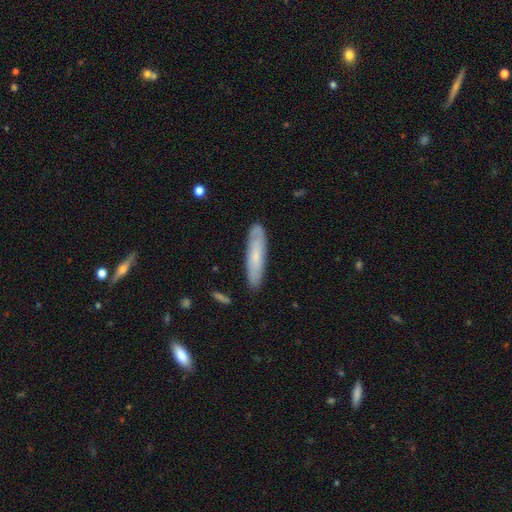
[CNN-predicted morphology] Q: Smooth or featured?
A: smooth (61%); runner-up: featured or disk (32%)
Q: How rounded?
A: cigar-shaped (81%); runner-up: in between (18%)
Q: Merging?
A: none (84%); runner-up: minor disturbance (13%)